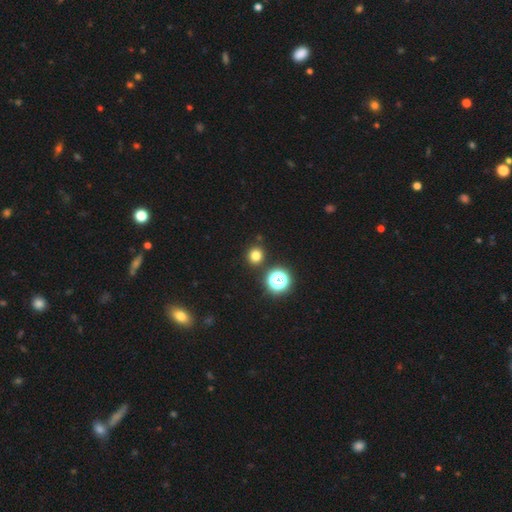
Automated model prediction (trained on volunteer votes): Smooth or featured: smooth — 75% (star or artifact — 20%)
How rounded: round — 91% (in between — 8%)
Merging: none — 88% (minor disturbance — 5%)